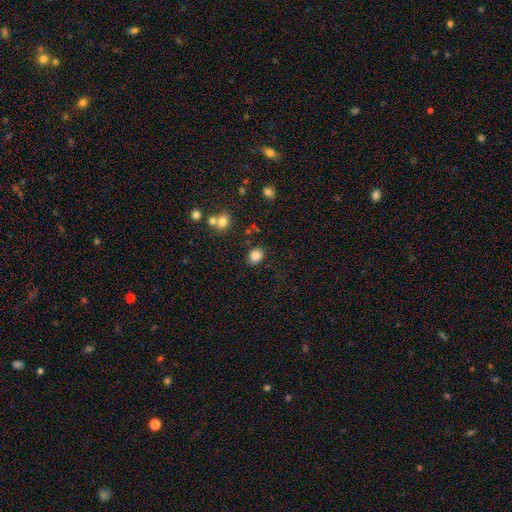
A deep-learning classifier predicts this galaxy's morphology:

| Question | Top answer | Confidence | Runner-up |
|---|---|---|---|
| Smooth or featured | smooth | 85% | star or artifact (10%) |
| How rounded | round | 62% | in between (37%) |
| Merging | none | 81% | minor disturbance (11%) |